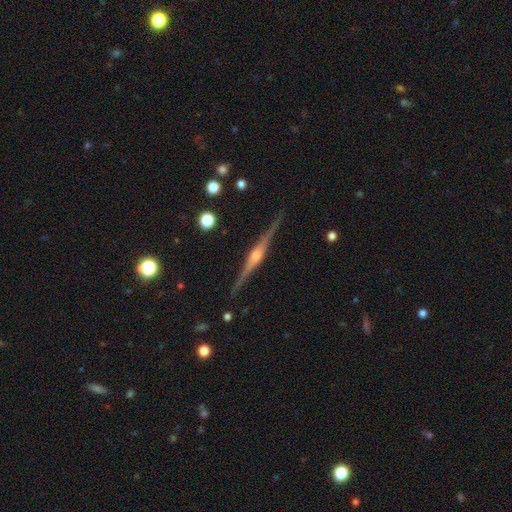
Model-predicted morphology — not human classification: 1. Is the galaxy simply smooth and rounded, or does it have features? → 87% featured or disk, 7% smooth, 6% star or artifact.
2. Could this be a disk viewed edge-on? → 98% yes, 2% no.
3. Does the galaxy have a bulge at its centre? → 84% rounded, 12% boxy, 4% none.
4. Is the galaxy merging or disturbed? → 90% none, 7% minor disturbance, 1% major disturbance, 1% merger.